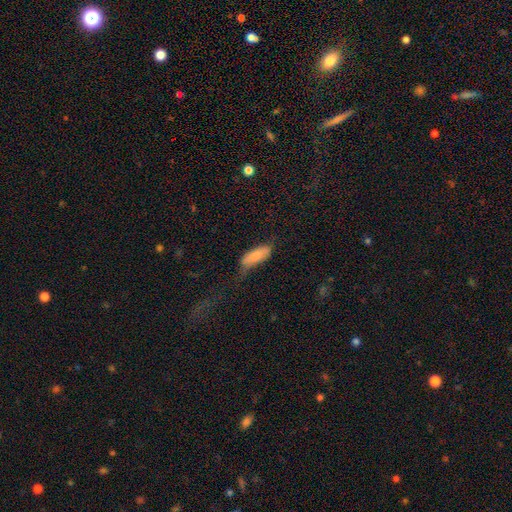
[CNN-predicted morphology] Smooth or featured?
  - smooth: 78% *
  - featured or disk: 16%
  - star or artifact: 6%
How rounded?
  - in between: 67% *
  - cigar-shaped: 31%
  - round: 2%
Merging?
  - none: 41% *
  - minor disturbance: 36%
  - major disturbance: 20%
  - merger: 3%